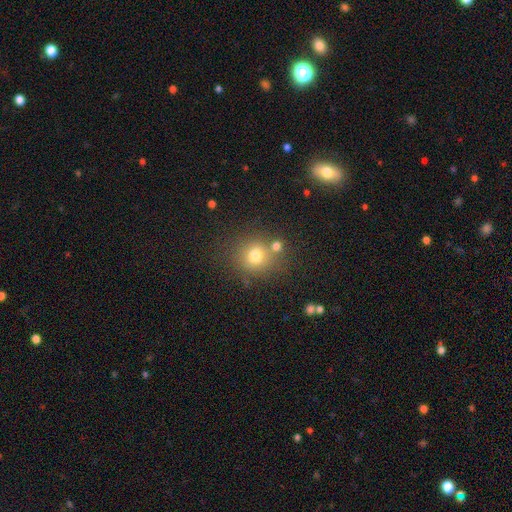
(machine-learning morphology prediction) type=smooth (73%); roundness=round (85%); merging=none (69%).